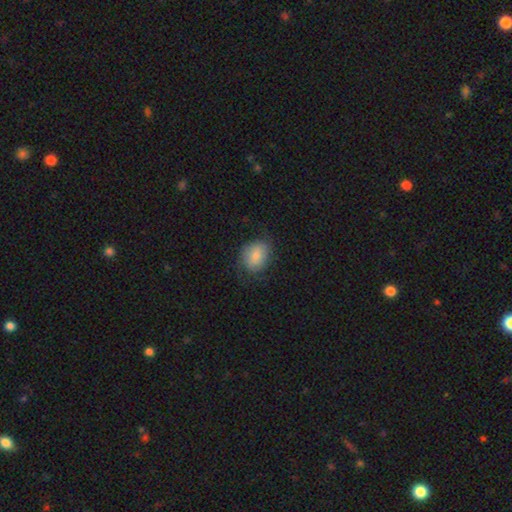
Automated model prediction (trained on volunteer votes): Overall: smooth (78%). How rounded: in between (55%; round 44%). Merging: none (66%).